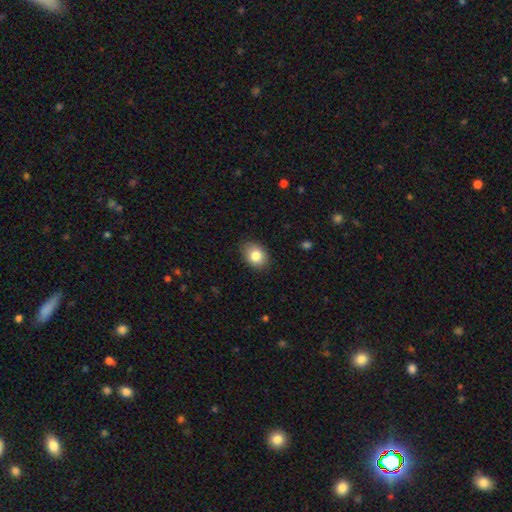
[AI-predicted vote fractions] This appears to be a smooth galaxy with no disk features (84%) that is in between round and cigar-shaped (65%). Merging: none (85%).